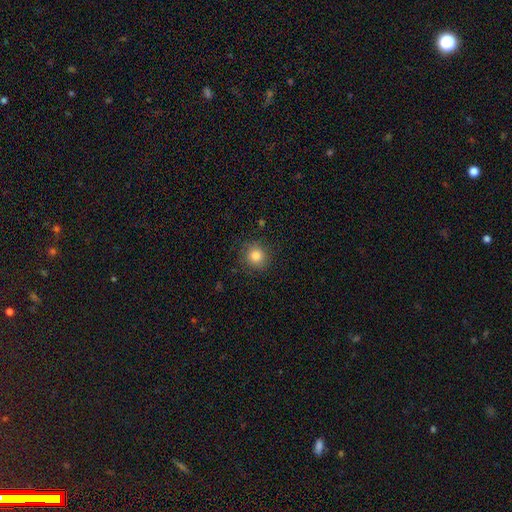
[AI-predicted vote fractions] Smooth or featured?
  - smooth: 82% *
  - star or artifact: 11%
  - featured or disk: 7%
How rounded?
  - round: 92% *
  - in between: 7%
  - cigar-shaped: 1%
Merging?
  - none: 87% *
  - minor disturbance: 9%
  - major disturbance: 3%
  - merger: 1%